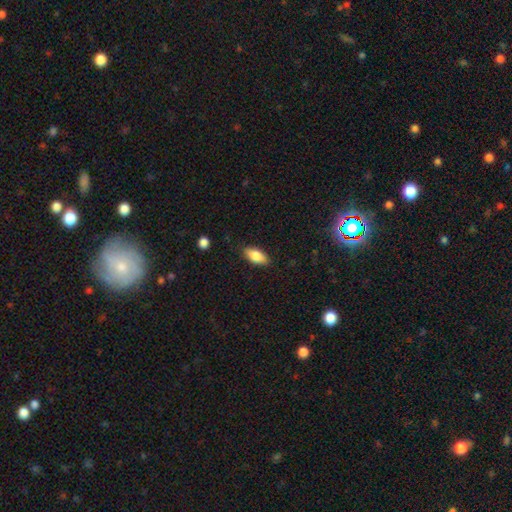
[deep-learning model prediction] Overall: smooth (80%). How rounded: in between (88%). Merging: none (85%).